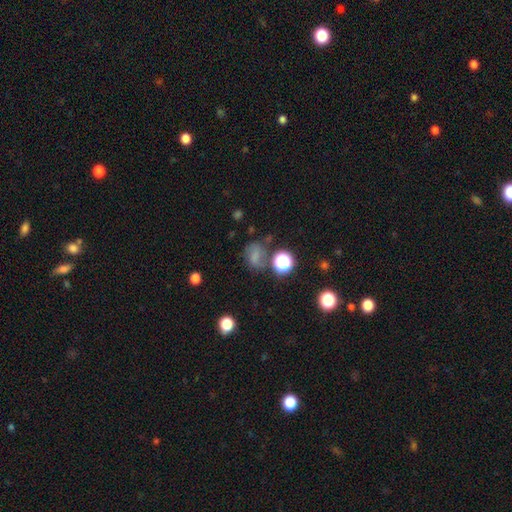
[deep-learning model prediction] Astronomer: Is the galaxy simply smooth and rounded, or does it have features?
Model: smooth — 55%.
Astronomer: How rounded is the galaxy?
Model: in between — 49%, tied with round at 49%.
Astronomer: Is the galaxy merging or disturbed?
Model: none — 53%.